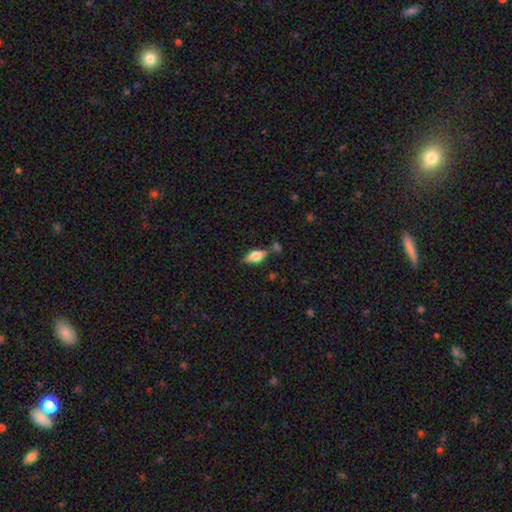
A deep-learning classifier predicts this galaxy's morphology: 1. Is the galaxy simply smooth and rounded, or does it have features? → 56% smooth, 36% featured or disk, 8% star or artifact.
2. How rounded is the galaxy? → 80% in between, 14% cigar-shaped, 5% round.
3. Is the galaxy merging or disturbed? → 67% none, 18% minor disturbance, 9% merger, 5% major disturbance.